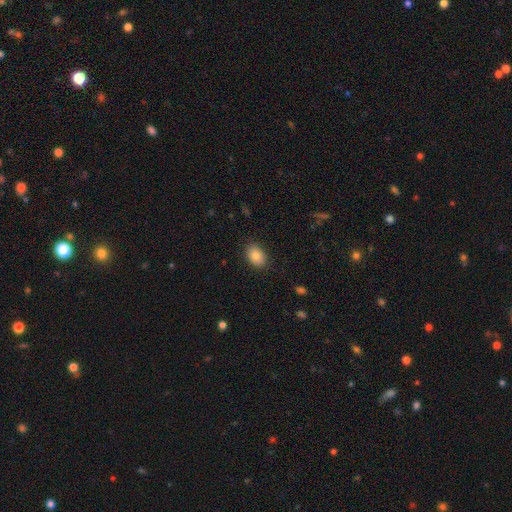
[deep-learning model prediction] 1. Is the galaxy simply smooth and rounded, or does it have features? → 84% smooth, 8% star or artifact, 8% featured or disk.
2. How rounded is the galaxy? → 81% in between, 17% round, 1% cigar-shaped.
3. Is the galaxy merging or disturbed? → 87% none, 9% minor disturbance, 2% major disturbance, 1% merger.